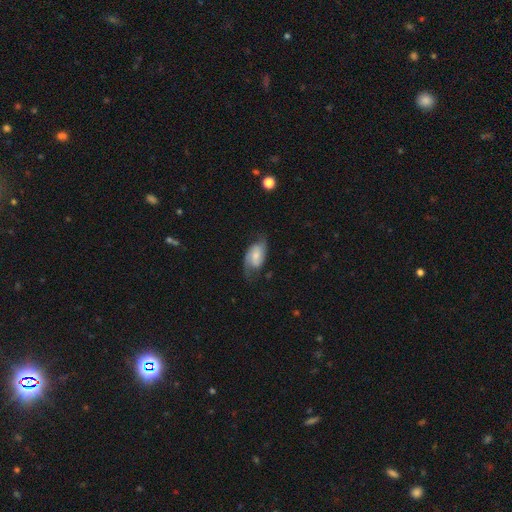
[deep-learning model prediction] smooth-or-featured: featured or disk: 56% | smooth: 37% | star or artifact: 7%
  disk-edge-on: no: 95% | yes: 5%
    bar: no: 45% | weak: 42% | strong: 13%
    has-spiral-arms: yes: 88% | no: 12%
    bulge-size: small: 40% | moderate: 38% | none: 12% | large: 9% | dominant: 2%
  merging: none: 53% | minor disturbance: 28% | major disturbance: 17% | merger: 2%